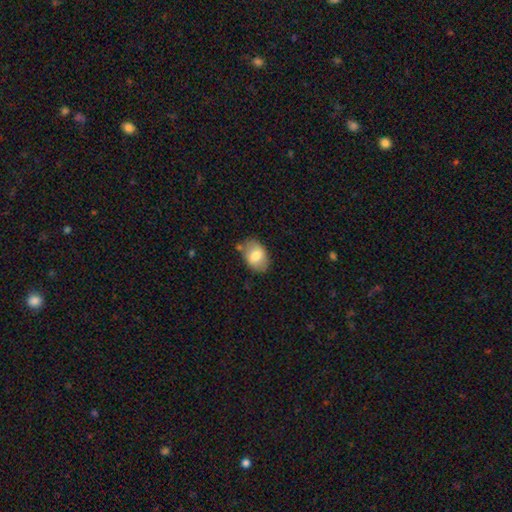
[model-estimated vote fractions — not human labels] Morphology: type=smooth (72%); roundness=in between (82%); merging=none (74%).